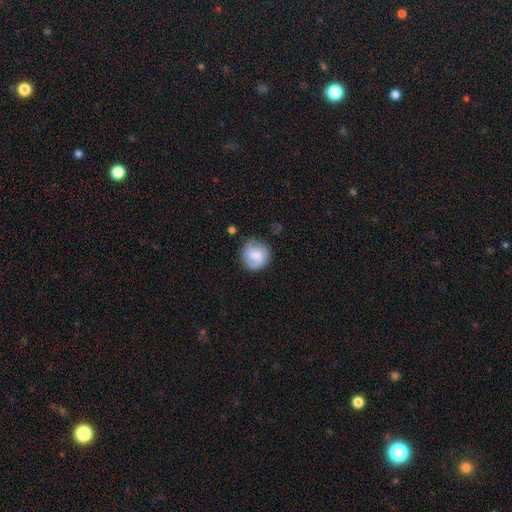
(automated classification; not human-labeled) Morphology: type=smooth (54%); roundness=round (88%); merging=none (71%).